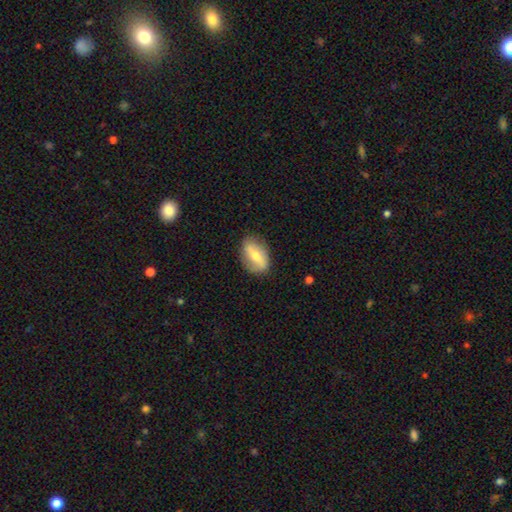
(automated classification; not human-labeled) Morphology: type=featured or disk (47%, tied with smooth); merging=none (81%).